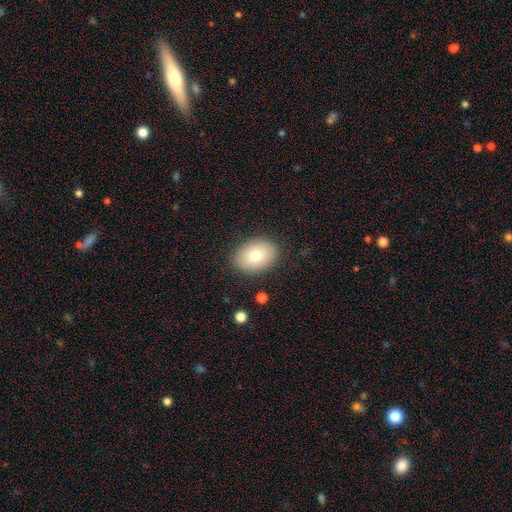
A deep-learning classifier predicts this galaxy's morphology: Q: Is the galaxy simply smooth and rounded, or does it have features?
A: smooth — 76%.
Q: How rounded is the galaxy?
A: in between — 72%.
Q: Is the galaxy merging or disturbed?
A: none — 86%.